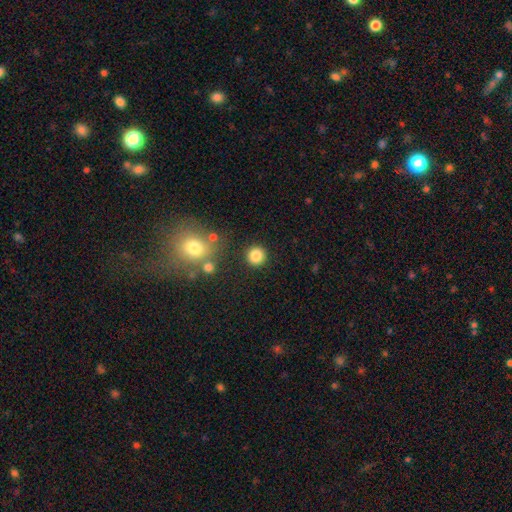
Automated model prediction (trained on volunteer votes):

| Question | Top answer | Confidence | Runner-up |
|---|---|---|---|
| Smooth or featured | smooth | 85% | star or artifact (11%) |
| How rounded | round | 94% | in between (5%) |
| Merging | none | 88% | minor disturbance (6%) |